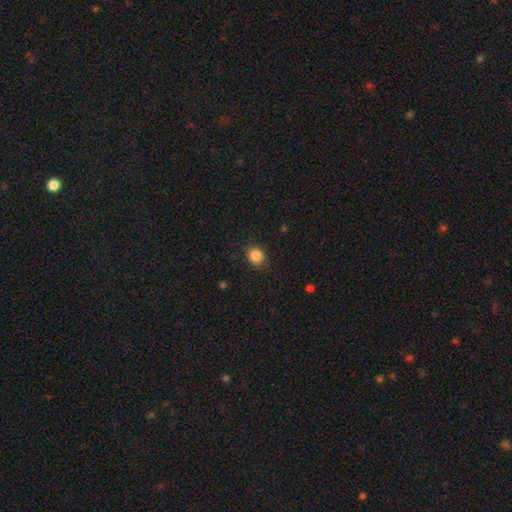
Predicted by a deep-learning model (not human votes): A smooth galaxy with no disk features (85%) that is round (69%).

Vote fractions:
- Smooth or featured? smooth: 85% / star or artifact: 10% / featured or disk: 4%
- How rounded? round: 69% / in between: 31% / cigar-shaped: 1%
- Merging? none: 88% / minor disturbance: 9% / major disturbance: 2% / merger: 1%